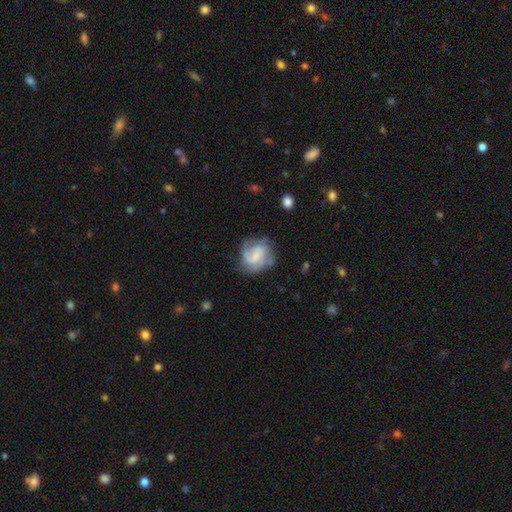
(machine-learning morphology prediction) type=featured or disk (67%); edge-on=no (98%); bar=weak (47%); spiral arms=yes (86%); winding=medium (42%); arm count=2 (33%); bulge=none (42%); merging=none (58%).